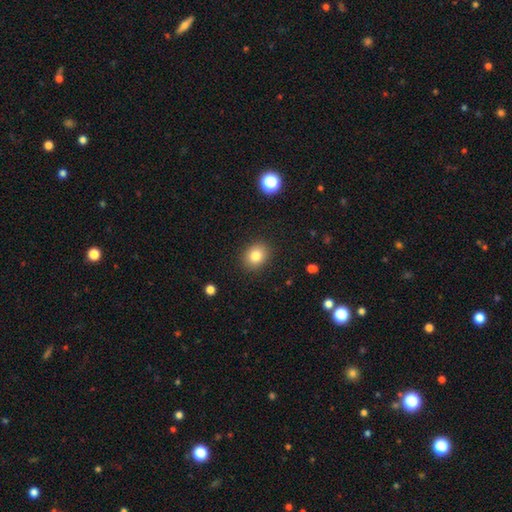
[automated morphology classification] This appears to be a smooth galaxy with no disk features (83%) that is round (61%). Merging: none (89%).